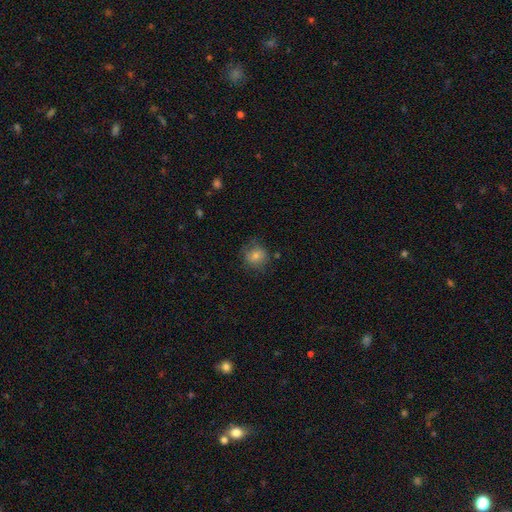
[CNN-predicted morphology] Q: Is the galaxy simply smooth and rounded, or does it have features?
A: smooth — 64%.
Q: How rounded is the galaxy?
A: round — 78%.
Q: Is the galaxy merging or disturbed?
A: none — 71%.